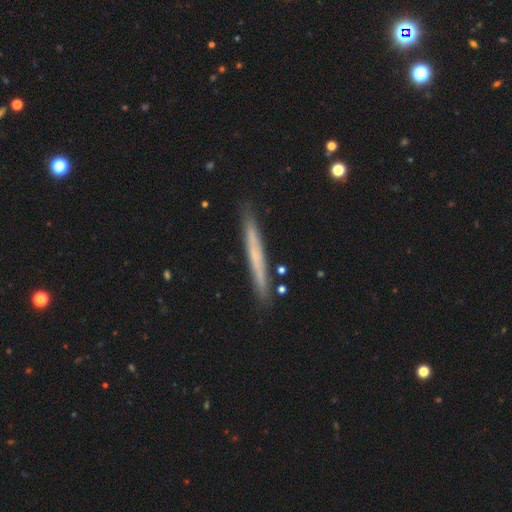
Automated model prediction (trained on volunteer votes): smooth 49%, featured or disk 45%, star or artifact 7%. Down the decision tree: merging — none (89%).